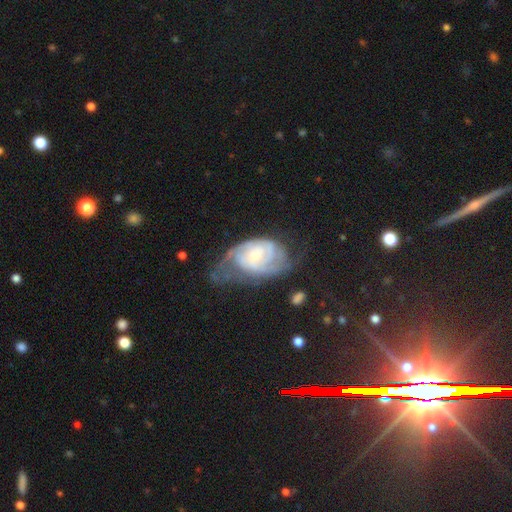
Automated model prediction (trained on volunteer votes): Morphology: type=featured or disk (82%); edge-on=no (97%); bar=no (65%); spiral arms=yes (94%); winding=tight (57%); arm count=2 (40%); bulge=small (57%); merging=none (42%).